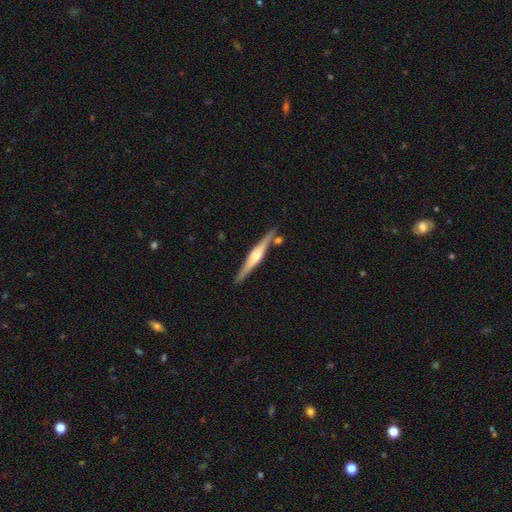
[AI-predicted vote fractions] Smooth or featured?
  - featured or disk: 72% *
  - smooth: 23%
  - star or artifact: 5%
Edge-on disk?
  - yes: 98% *
  - no: 2%
Edge-on bulge?
  - rounded: 68% *
  - boxy: 24%
  - none: 7%
Merging?
  - none: 84% *
  - minor disturbance: 9%
  - merger: 5%
  - major disturbance: 2%